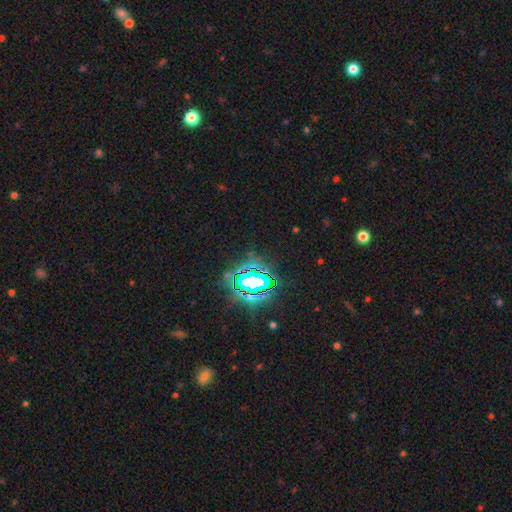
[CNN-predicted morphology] smooth-or-featured: star or artifact: 83% | smooth: 10% | featured or disk: 7%